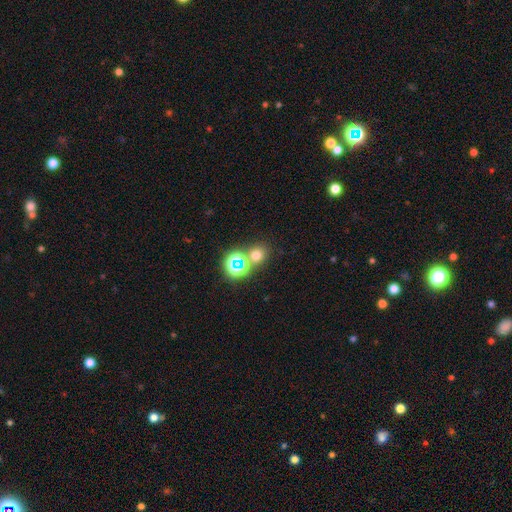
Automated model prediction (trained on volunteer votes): The model was most divided on "smooth or featured": smooth: 62%, star or artifact: 30%, featured or disk: 8%. More confident: how rounded — round (79%); merging — none (67%).